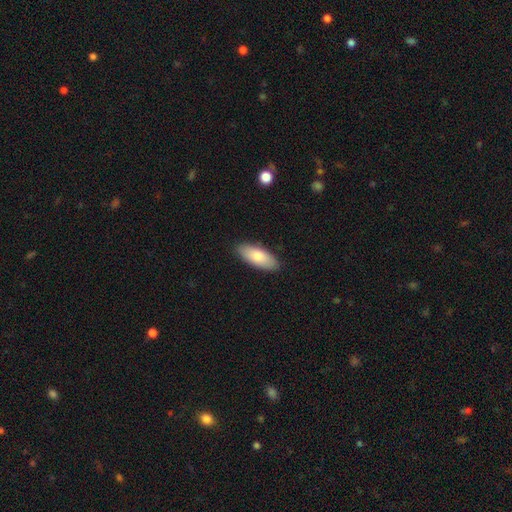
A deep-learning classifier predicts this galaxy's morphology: Q: Smooth or featured?
A: smooth (77%); runner-up: featured or disk (16%)
Q: How rounded?
A: in between (80%); runner-up: cigar-shaped (18%)
Q: Merging?
A: none (89%); runner-up: minor disturbance (8%)